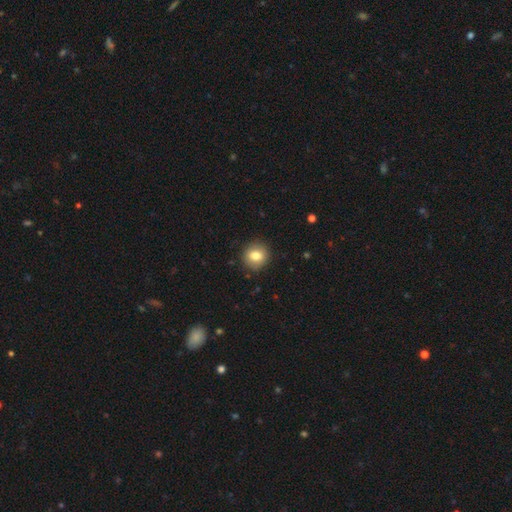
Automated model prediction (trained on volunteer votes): This is clearly a smooth galaxy (81%). How rounded: clearly round (88%). Merging: clearly none (90%).